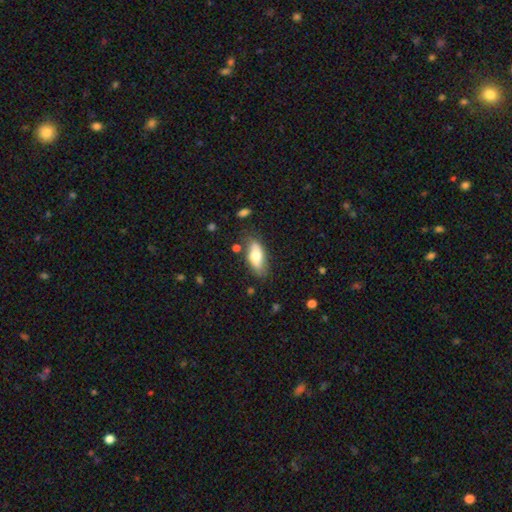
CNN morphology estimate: A smooth galaxy with no disk features (66%) that is in between round and cigar-shaped (85%).

Vote fractions:
- Smooth or featured? smooth: 66% / featured or disk: 27% / star or artifact: 6%
- How rounded? in between: 85% / cigar-shaped: 12% / round: 3%
- Merging? none: 73% / minor disturbance: 19% / major disturbance: 5% / merger: 4%